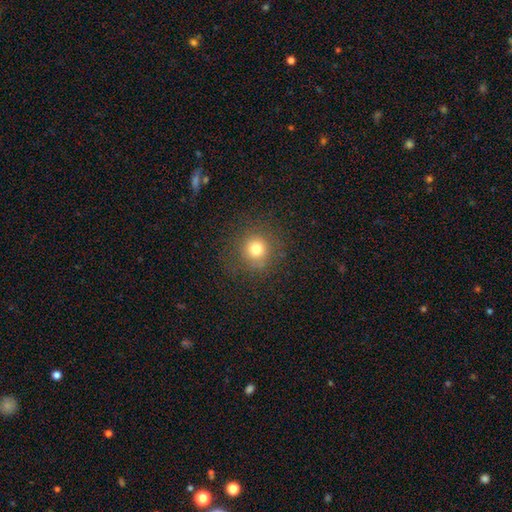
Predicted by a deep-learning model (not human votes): Q: Smooth or featured?
A: smooth (60%); runner-up: star or artifact (32%)
Q: How rounded?
A: round (93%); runner-up: in between (5%)
Q: Merging?
A: none (92%); runner-up: minor disturbance (5%)